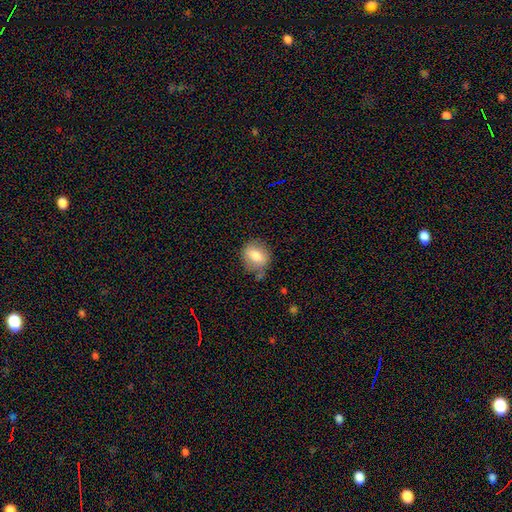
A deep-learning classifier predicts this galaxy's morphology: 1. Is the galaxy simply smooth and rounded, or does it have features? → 72% smooth, 19% featured or disk, 8% star or artifact.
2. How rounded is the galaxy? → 63% round, 36% in between, 2% cigar-shaped.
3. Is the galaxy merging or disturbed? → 76% none, 16% minor disturbance, 4% major disturbance, 4% merger.